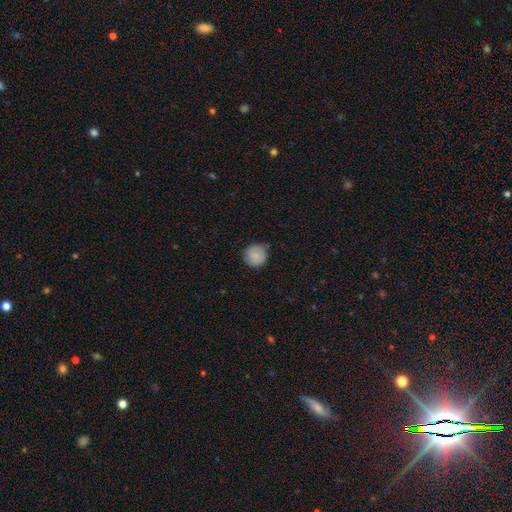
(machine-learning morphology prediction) A smooth galaxy with no disk features (86%) that is round (94%).

Vote fractions:
- Smooth or featured? smooth: 86% / star or artifact: 8% / featured or disk: 6%
- How rounded? round: 94% / in between: 5% / cigar-shaped: 1%
- Merging? none: 75% / minor disturbance: 21% / major disturbance: 3% / merger: 1%